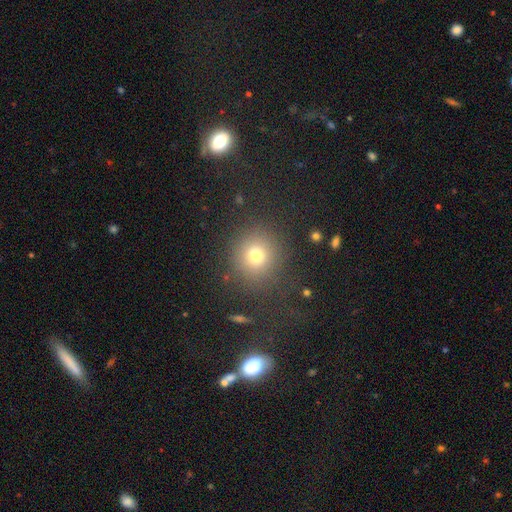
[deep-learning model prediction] smooth-or-featured: smooth: 75% | star or artifact: 16% | featured or disk: 9%
  how-rounded: round: 88% | in between: 11% | cigar-shaped: 1%
  merging: none: 84% | minor disturbance: 8% | major disturbance: 5% | merger: 2%